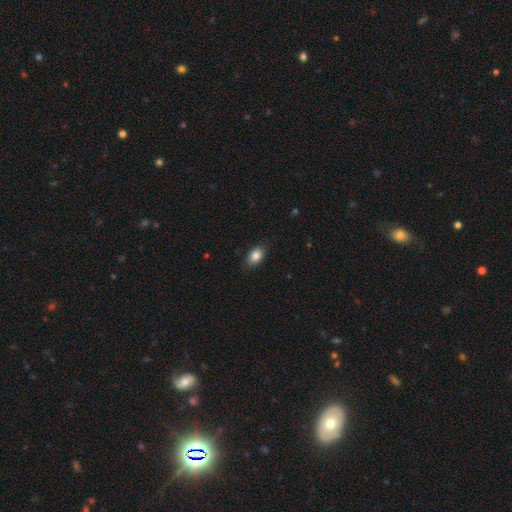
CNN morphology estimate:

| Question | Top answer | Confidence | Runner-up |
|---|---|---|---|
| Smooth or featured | smooth | 85% | star or artifact (8%) |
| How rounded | in between | 87% | round (11%) |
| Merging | none | 85% | minor disturbance (11%) |